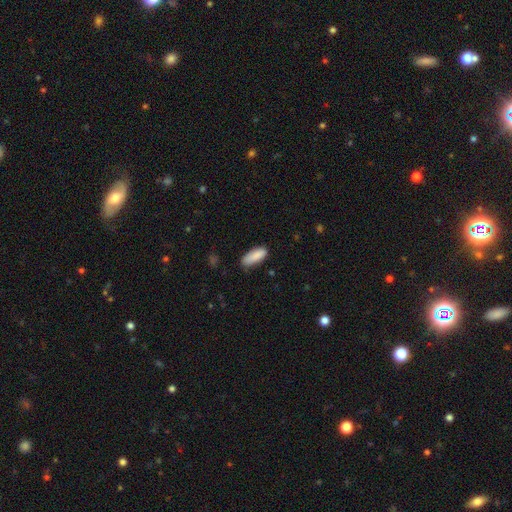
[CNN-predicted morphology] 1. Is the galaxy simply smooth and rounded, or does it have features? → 88% smooth, 6% star or artifact, 5% featured or disk.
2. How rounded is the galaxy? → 73% in between, 25% cigar-shaped, 2% round.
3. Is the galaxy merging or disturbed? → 71% none, 23% minor disturbance, 4% major disturbance, 2% merger.